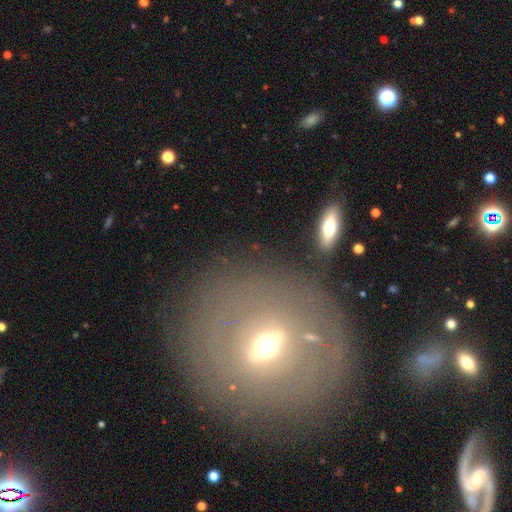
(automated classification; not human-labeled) featured or disk 39% (tied), smooth 39% (tied), star or artifact 21%. Down the decision tree: merging — none (81%).